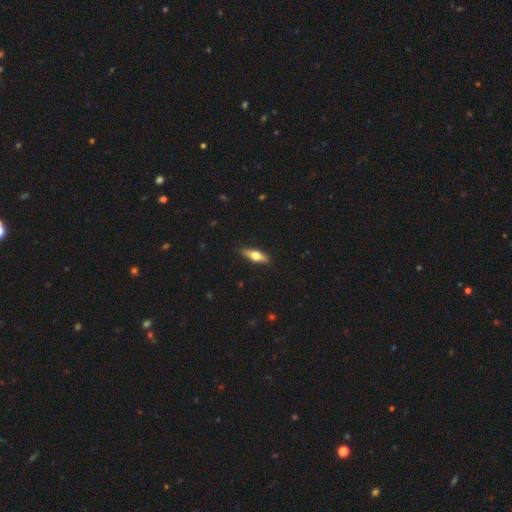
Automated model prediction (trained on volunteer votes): smooth 57%, featured or disk 37%, star or artifact 6%. Down the decision tree: how rounded — in between (52%); merging — none (88%).